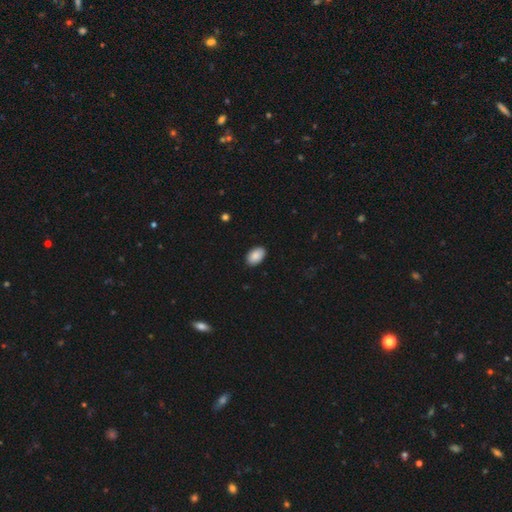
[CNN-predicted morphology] Smooth or featured? smooth (88%)
How rounded? in between (90%)
Merging? none (89%)